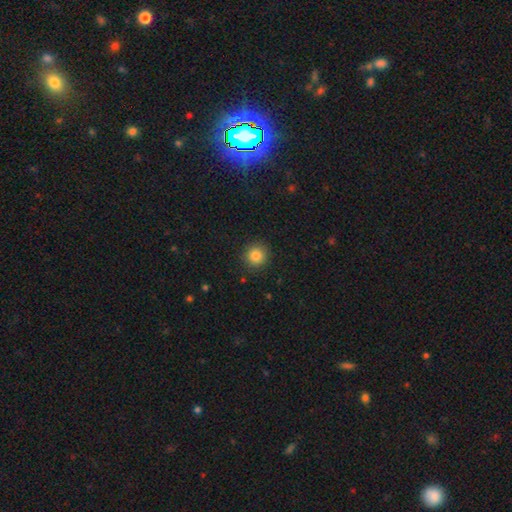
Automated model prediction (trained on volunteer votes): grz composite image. It shows a smooth galaxy with no disk features (84%) that is round (93%). Merging: none (91%).